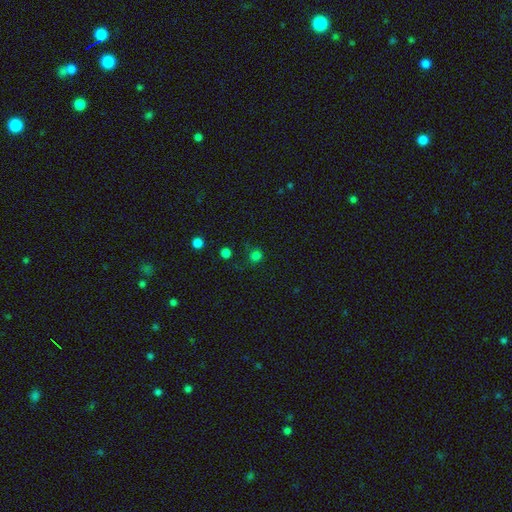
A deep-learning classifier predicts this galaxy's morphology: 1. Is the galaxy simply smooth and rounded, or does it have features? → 74% smooth, 22% star or artifact, 4% featured or disk.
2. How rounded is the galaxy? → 87% round, 12% in between, 1% cigar-shaped.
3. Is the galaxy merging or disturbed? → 76% none, 14% minor disturbance, 6% major disturbance, 4% merger.